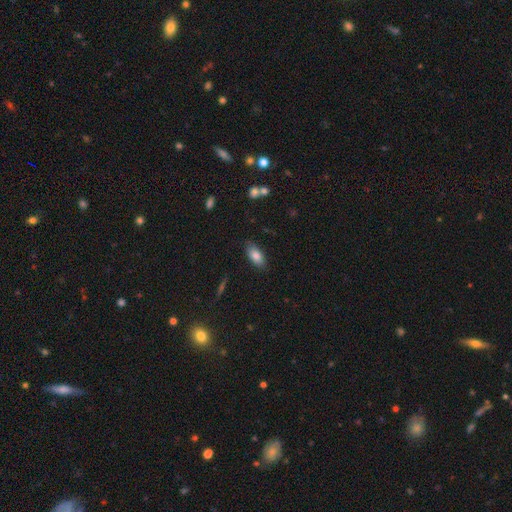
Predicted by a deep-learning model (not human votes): Morphology: type=smooth (82%); roundness=in between (88%); merging=none (84%).